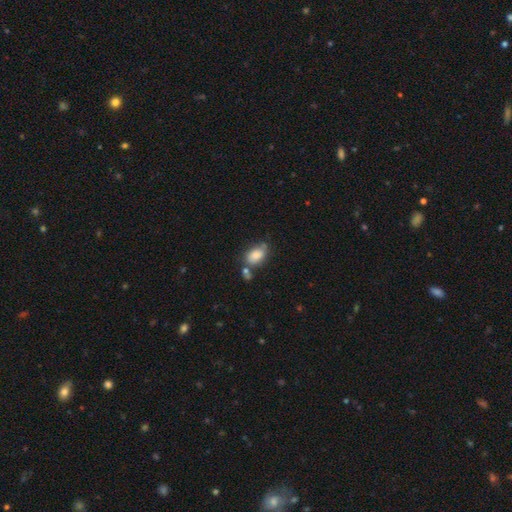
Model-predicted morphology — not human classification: smooth 80%, featured or disk 12%, star or artifact 8%. Down the decision tree: how rounded — in between (86%); merging — none (49%).